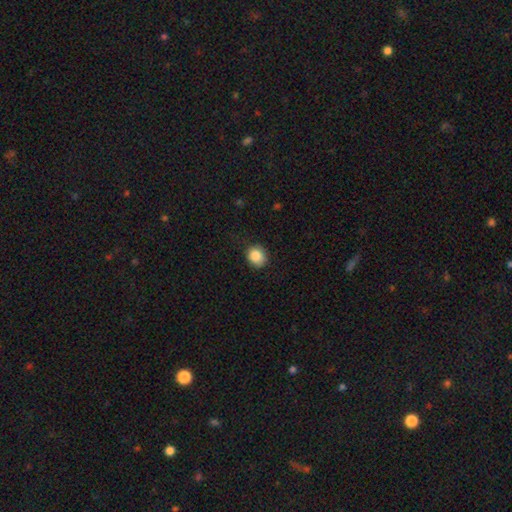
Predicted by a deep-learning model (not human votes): smooth 87%, star or artifact 9%, featured or disk 5%. Down the decision tree: how rounded — round (79%); merging — none (82%).